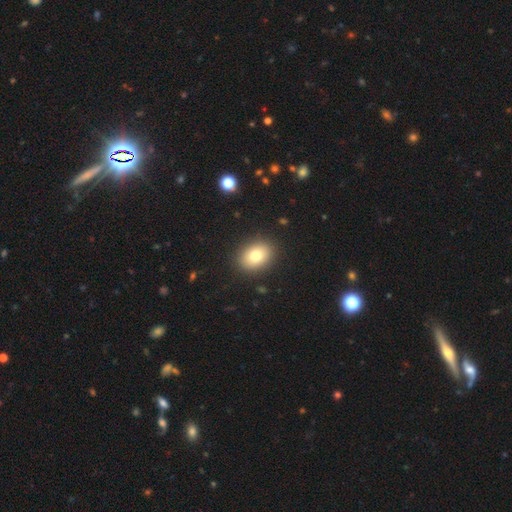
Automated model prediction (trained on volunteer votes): Overall: smooth (78%). How rounded: in between (62%; round 37%). Merging: none (89%).